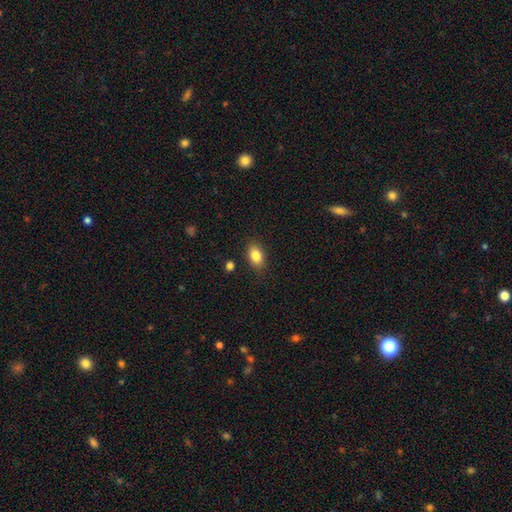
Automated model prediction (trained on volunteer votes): A smooth galaxy with no disk features (84%) that is in between round and cigar-shaped (81%). Merging: none (85%).